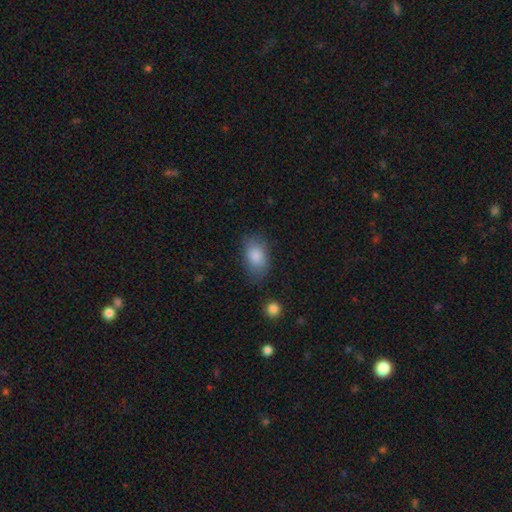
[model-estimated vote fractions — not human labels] A smooth galaxy with no disk features (83%) that is in between round and cigar-shaped (86%).

Vote fractions:
- Smooth or featured? smooth: 83% / featured or disk: 9% / star or artifact: 8%
- How rounded? in between: 86% / round: 12% / cigar-shaped: 2%
- Merging? none: 72% / minor disturbance: 20% / major disturbance: 6% / merger: 2%